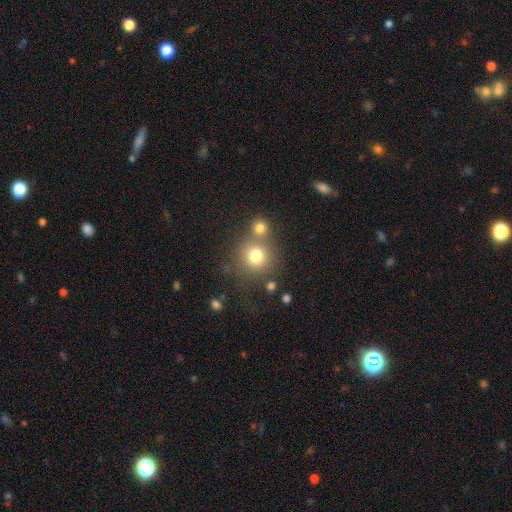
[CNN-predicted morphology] Smooth or featured? smooth (76%)
How rounded? round (90%)
Merging? none (57%)